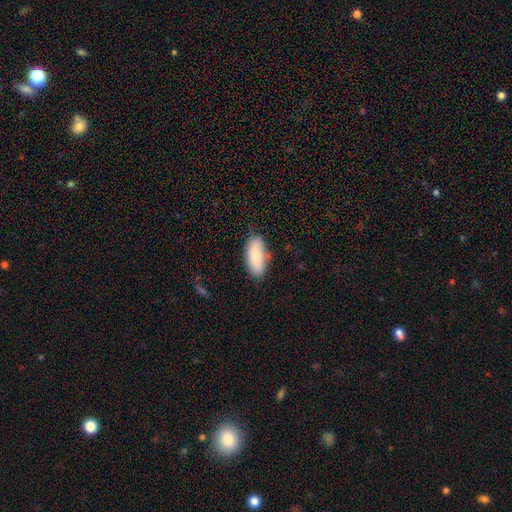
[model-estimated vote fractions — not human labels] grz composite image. It shows a smooth galaxy with no disk features (82%) that is in between round and cigar-shaped (87%). Merging: none (76%).